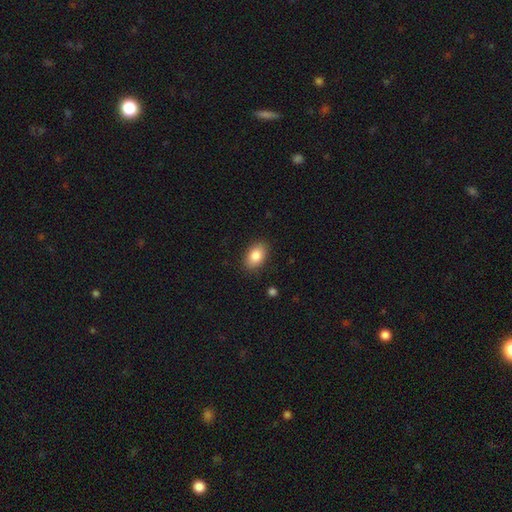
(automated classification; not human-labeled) Morphology: type=smooth (85%); roundness=in between (89%); merging=none (87%).